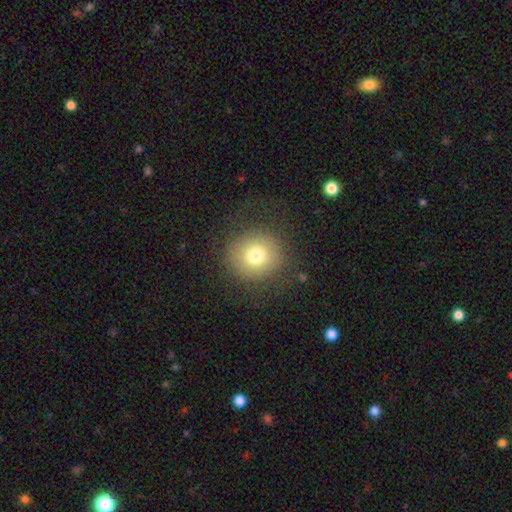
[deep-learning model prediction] smooth-or-featured: smooth: 74% | star or artifact: 13% | featured or disk: 13%
  how-rounded: round: 91% | in between: 8% | cigar-shaped: 1%
  merging: none: 81% | minor disturbance: 10% | major disturbance: 8% | merger: 1%